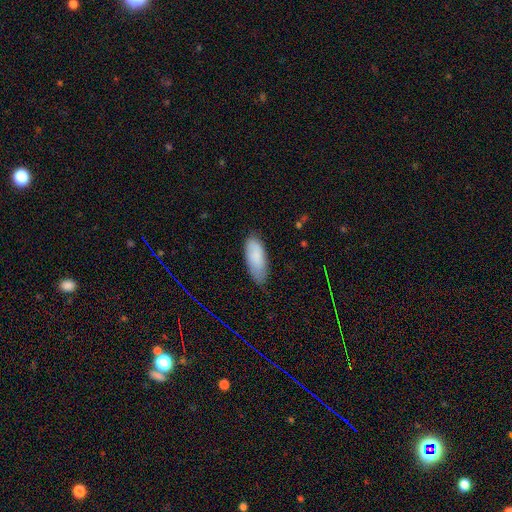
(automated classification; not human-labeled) This is clearly a smooth galaxy (85%). How rounded: clearly in between (81%). Merging: likely none (68%).